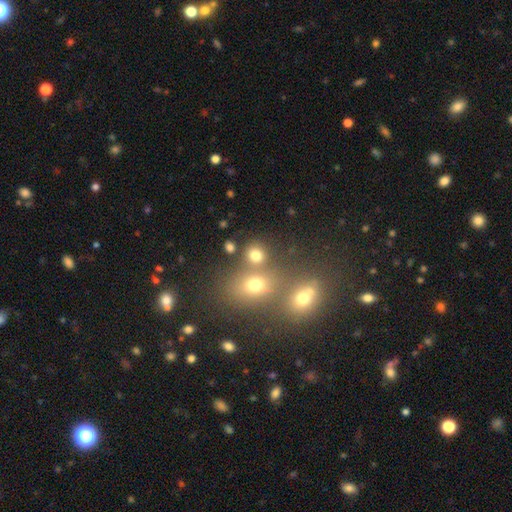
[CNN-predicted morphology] smooth-or-featured: smooth: 74% | star or artifact: 17% | featured or disk: 9%
  how-rounded: round: 76% | in between: 23% | cigar-shaped: 1%
  merging: none: 62% | merger: 25% | minor disturbance: 8% | major disturbance: 5%